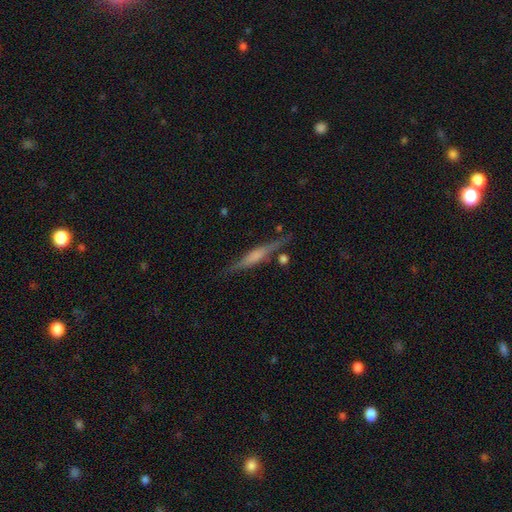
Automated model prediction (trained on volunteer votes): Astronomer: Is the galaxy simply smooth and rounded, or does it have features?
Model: featured or disk — 70%.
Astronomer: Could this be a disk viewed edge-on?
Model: yes — 97%.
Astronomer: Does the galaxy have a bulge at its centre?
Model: rounded — 51% (runner-up: boxy, 31%).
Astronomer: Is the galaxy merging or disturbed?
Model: none — 84%.